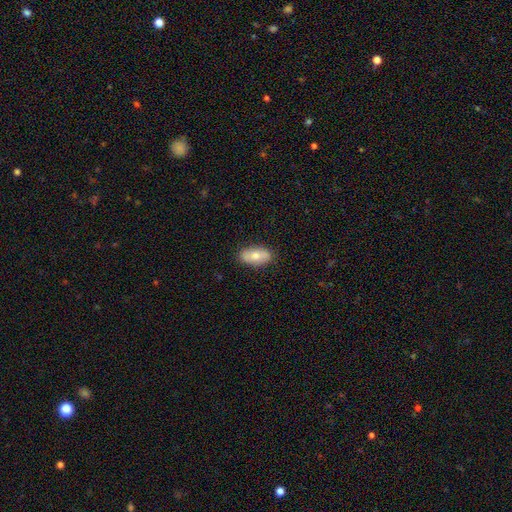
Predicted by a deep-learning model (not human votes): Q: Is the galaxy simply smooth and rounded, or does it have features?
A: smooth — 66%.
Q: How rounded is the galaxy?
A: in between — 91%.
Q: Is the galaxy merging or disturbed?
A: none — 85%.